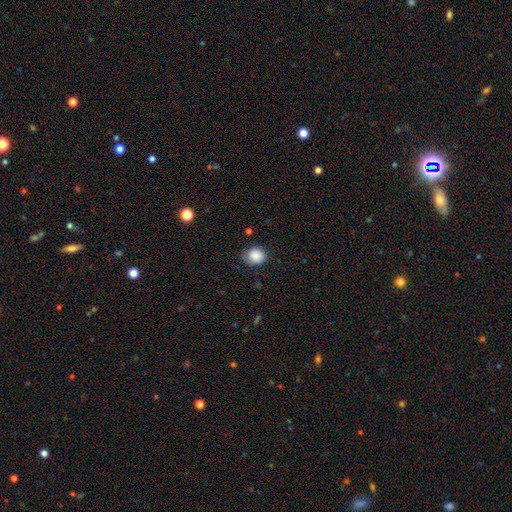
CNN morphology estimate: A smooth galaxy with no disk features (87%) that is round (73%). Merging: none (70%).